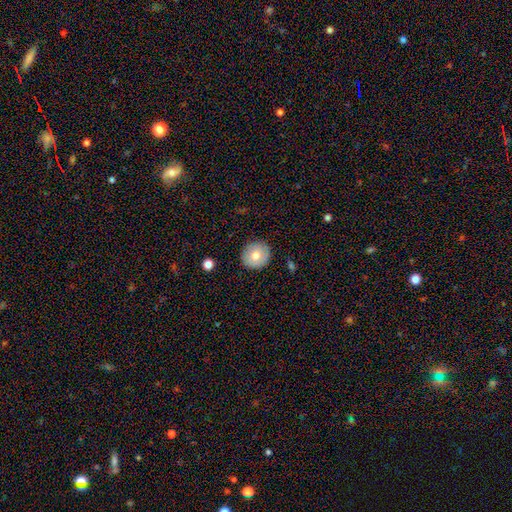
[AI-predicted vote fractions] smooth 73%, featured or disk 19%, star or artifact 8%. Down the decision tree: how rounded — round (89%); merging — none (88%).